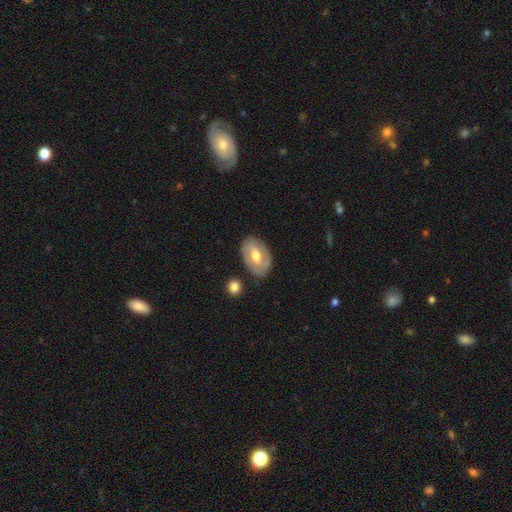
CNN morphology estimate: featured or disk 63%, smooth 32%, star or artifact 5%. Down the decision tree: edge-on disk — no (94%); bar — weak (46%); spiral arms — yes (62%); bulge size — moderate (72%); merging — none (79%).